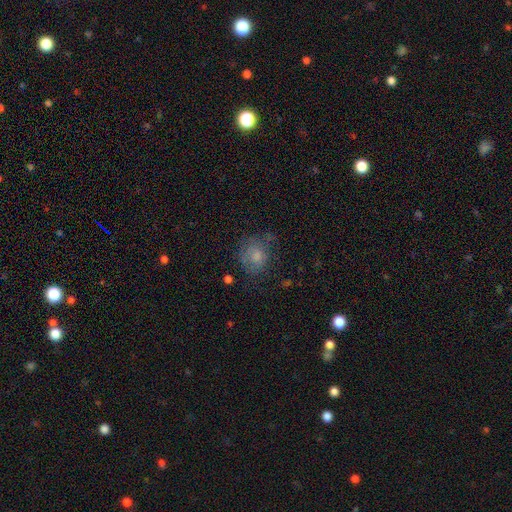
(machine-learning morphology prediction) type=smooth (69%); roundness=round (66%); merging=none (53%).